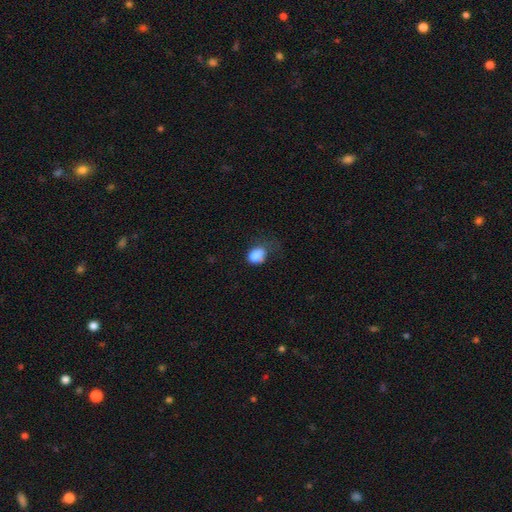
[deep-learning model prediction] smooth-or-featured: smooth: 82% | star or artifact: 10% | featured or disk: 8%
  how-rounded: in between: 61% | round: 38% | cigar-shaped: 1%
  merging: none: 36% | minor disturbance: 34% | major disturbance: 25% | merger: 5%